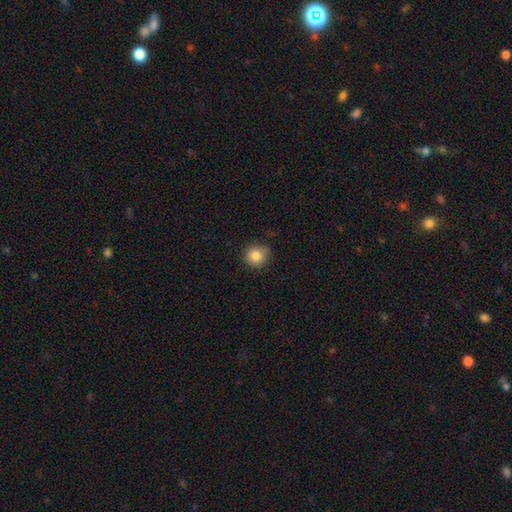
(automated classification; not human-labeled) Smooth or featured? Predicted: smooth (p=0.84). How rounded? Predicted: round (p=0.90). Merging? Predicted: none (p=0.77).